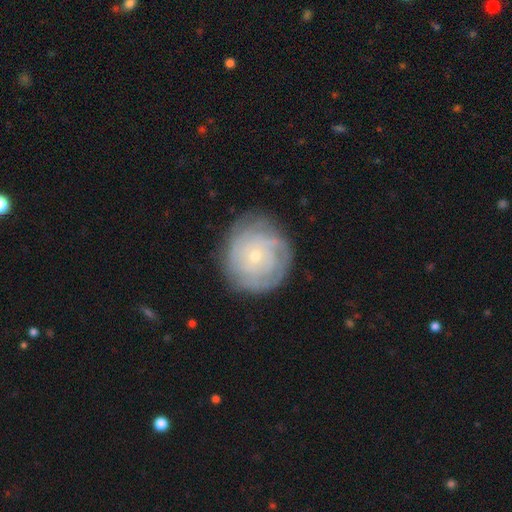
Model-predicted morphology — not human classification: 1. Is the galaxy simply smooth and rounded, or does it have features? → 65% featured or disk, 26% smooth, 9% star or artifact.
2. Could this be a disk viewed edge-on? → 97% no, 3% yes.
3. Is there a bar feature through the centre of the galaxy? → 83% no, 14% weak, 3% strong.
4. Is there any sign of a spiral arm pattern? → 85% yes, 15% no.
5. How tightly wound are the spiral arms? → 79% tight, 16% medium, 5% loose.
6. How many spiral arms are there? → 52% can't tell, 11% 4, 11% 2, 11% 3, 8% more than 4, 6% 1.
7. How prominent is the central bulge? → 79% small, 18% moderate, 1% none, 1% large, 1% dominant.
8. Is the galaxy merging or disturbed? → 80% none, 14% minor disturbance, 5% major disturbance, 1% merger.